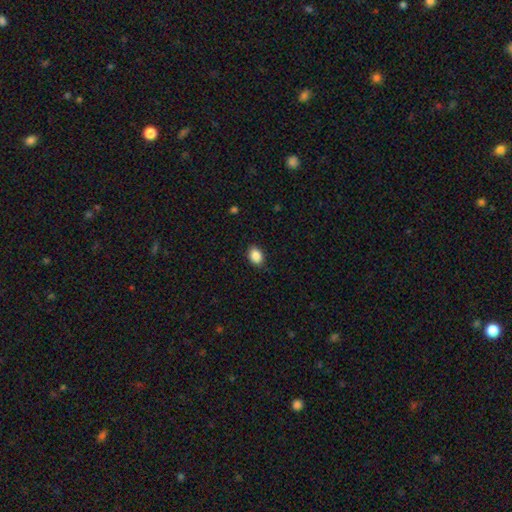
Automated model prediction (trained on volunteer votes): Morphology: type=smooth (88%); roundness=in between (74%); merging=none (86%).